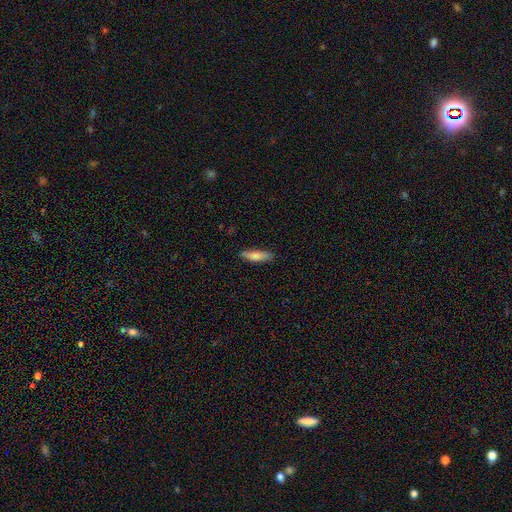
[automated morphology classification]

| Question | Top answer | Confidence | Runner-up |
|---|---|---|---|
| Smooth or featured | smooth | 76% | featured or disk (18%) |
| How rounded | cigar-shaped | 65% | in between (33%) |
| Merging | none | 86% | minor disturbance (11%) |